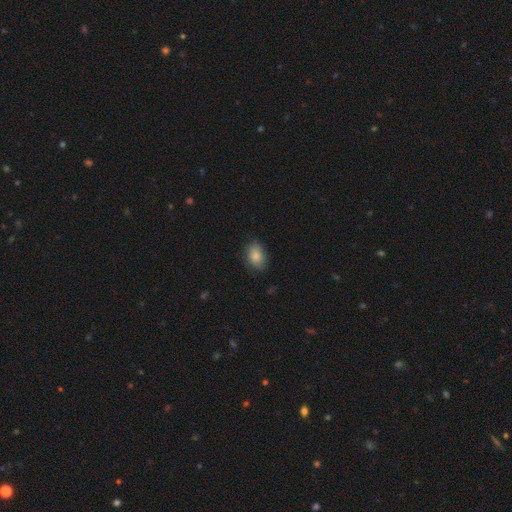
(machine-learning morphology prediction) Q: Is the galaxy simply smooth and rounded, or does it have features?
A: smooth — 85%.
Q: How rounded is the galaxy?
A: in between — 84%.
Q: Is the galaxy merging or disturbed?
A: none — 75%.